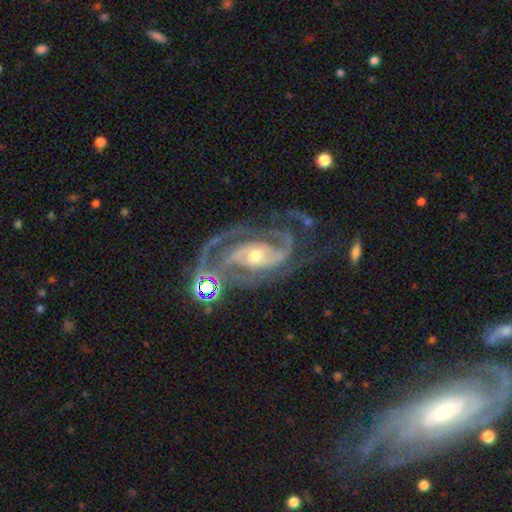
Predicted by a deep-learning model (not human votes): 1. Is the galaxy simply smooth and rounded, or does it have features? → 91% featured or disk, 6% star or artifact, 4% smooth.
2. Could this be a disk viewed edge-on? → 97% no, 3% yes.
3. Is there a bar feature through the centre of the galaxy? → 45% no, 35% weak, 20% strong.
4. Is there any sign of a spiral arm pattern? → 98% yes, 2% no.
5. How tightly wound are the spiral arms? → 48% medium, 40% tight, 12% loose.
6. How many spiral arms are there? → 45% 2, 25% 3, 11% can't tell, 7% 4, 6% 1, 5% more than 4.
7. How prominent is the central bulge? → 55% moderate, 40% small, 3% large, 1% none, 1% dominant.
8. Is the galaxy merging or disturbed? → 52% none, 22% major disturbance, 20% minor disturbance, 6% merger.